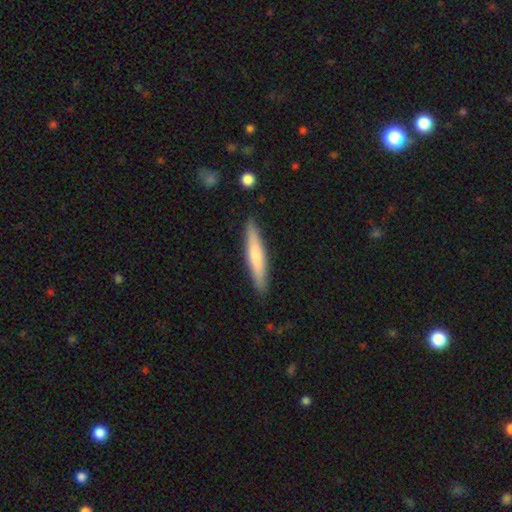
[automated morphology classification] A smooth galaxy with no disk features (66%) that is cigar-shaped (92%).

Vote fractions:
- Smooth or featured? smooth: 66% / featured or disk: 29% / star or artifact: 5%
- How rounded? cigar-shaped: 92% / in between: 7% / round: 1%
- Merging? none: 89% / minor disturbance: 8% / major disturbance: 2% / merger: 1%